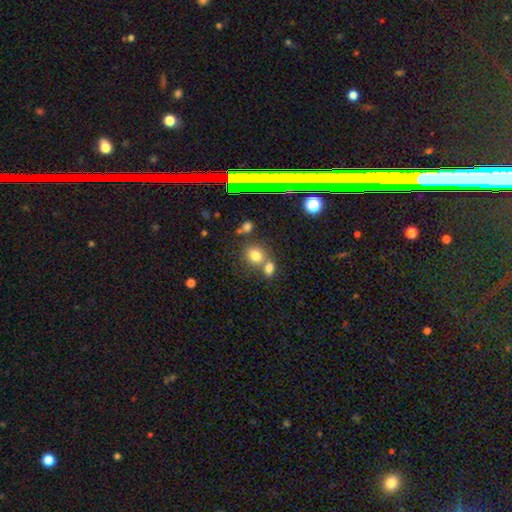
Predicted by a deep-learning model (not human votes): smooth 74%, star or artifact 16%, featured or disk 10%. Down the decision tree: how rounded — round (69%); merging — none (48%).